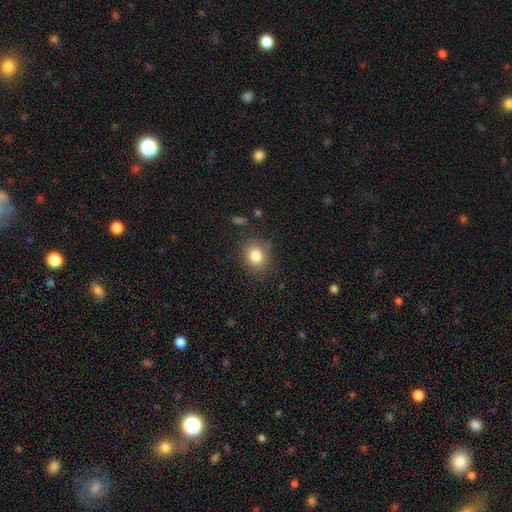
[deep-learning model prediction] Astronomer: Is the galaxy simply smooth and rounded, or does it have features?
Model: smooth — 82%.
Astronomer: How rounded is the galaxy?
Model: round — 68%.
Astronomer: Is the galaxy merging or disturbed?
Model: none — 83%.